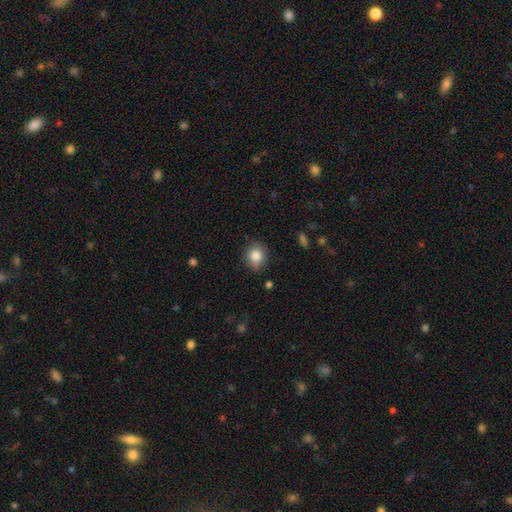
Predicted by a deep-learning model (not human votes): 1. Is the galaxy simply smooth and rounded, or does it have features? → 84% smooth, 9% star or artifact, 7% featured or disk.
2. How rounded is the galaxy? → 66% round, 32% in between, 1% cigar-shaped.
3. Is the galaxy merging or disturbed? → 81% none, 14% minor disturbance, 3% major disturbance, 1% merger.